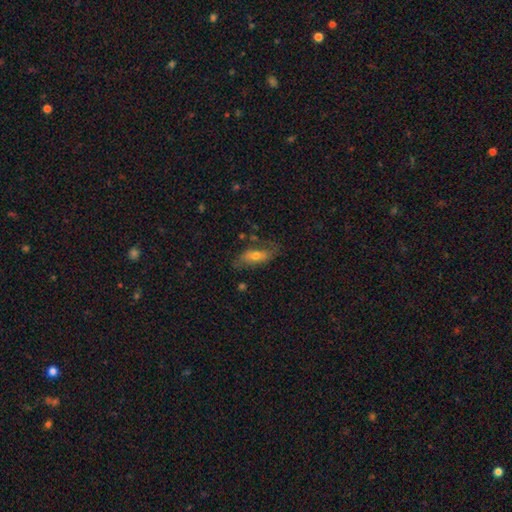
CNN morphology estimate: Smooth or featured? Predicted: smooth (p=0.54). How rounded? Predicted: in between (p=0.70). Merging? Predicted: none (p=0.64).